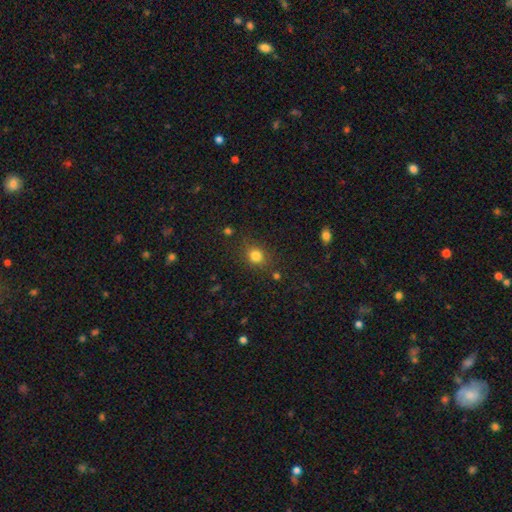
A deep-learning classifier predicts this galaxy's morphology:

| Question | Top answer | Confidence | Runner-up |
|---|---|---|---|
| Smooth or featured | smooth | 81% | star or artifact (14%) |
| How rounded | round | 78% | in between (21%) |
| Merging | none | 82% | minor disturbance (11%) |